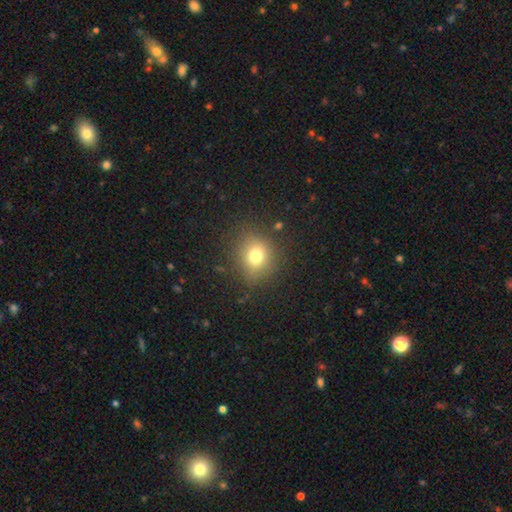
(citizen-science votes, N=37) This appears to be a smooth galaxy with no disk features (84%) that is round (94%). Merging: none (91%).